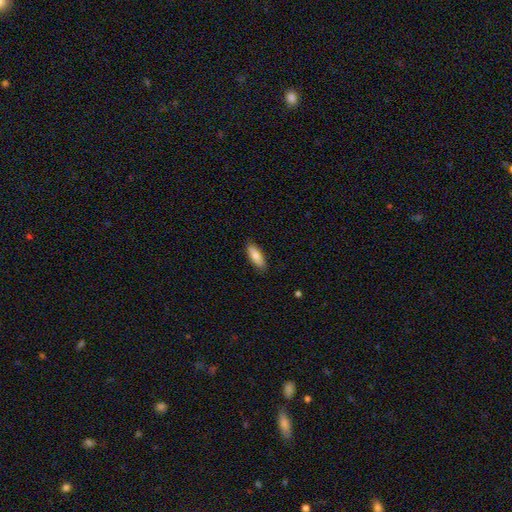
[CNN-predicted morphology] Overall: smooth (82%). How rounded: in between (64%; cigar-shaped 35%). Merging: none (88%).